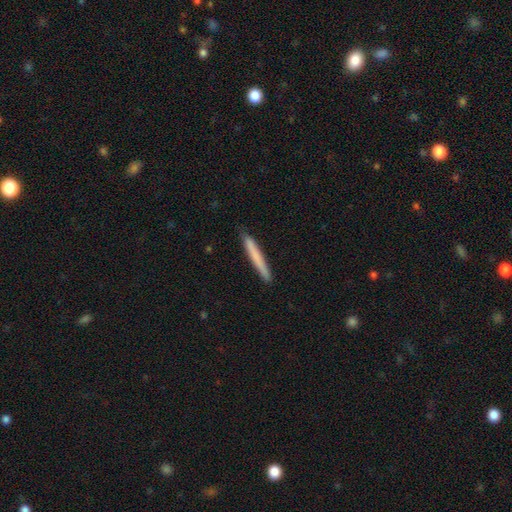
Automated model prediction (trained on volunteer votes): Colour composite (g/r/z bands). It shows a smooth galaxy with no disk features (72%) that is cigar-shaped (97%). Merging: none (89%).